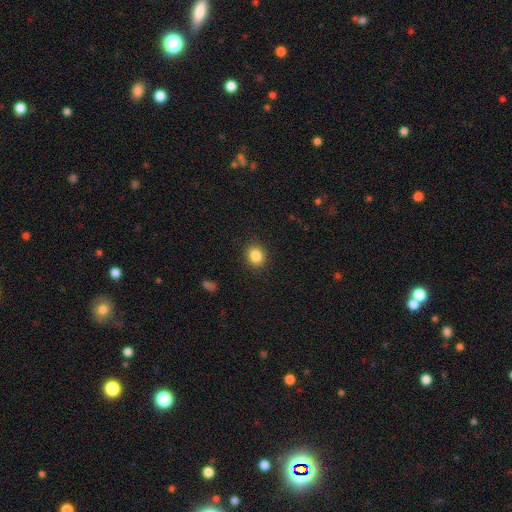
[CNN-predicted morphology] smooth 85%, star or artifact 10%, featured or disk 5%. Down the decision tree: how rounded — round (70%); merging — none (90%).